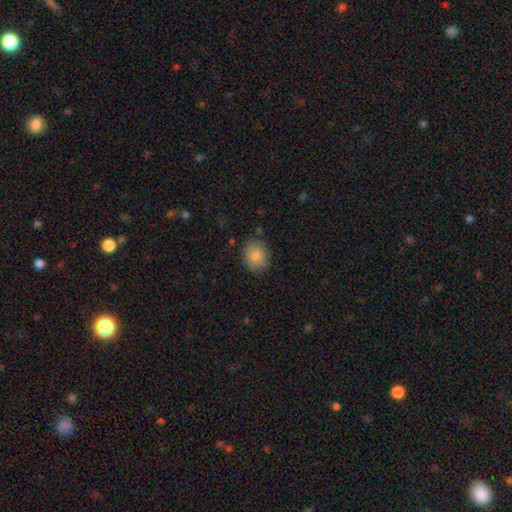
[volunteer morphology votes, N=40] This is clearly a smooth galaxy (92%). How rounded: clearly round (89%). Merging: likely none (76%).